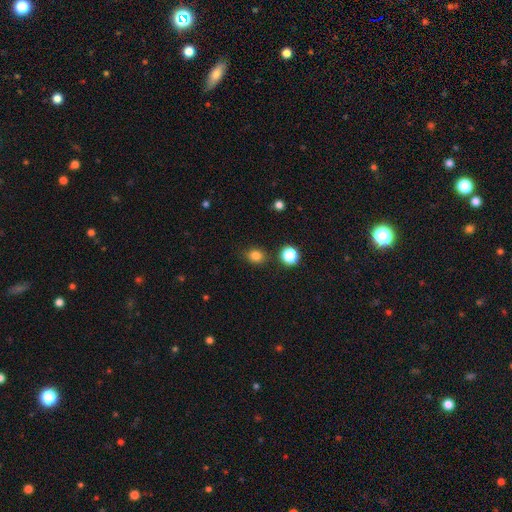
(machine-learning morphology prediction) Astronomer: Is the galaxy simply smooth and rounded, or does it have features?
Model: smooth — 81%.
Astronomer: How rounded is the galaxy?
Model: round — 67%.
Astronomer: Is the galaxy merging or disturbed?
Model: none — 84%.